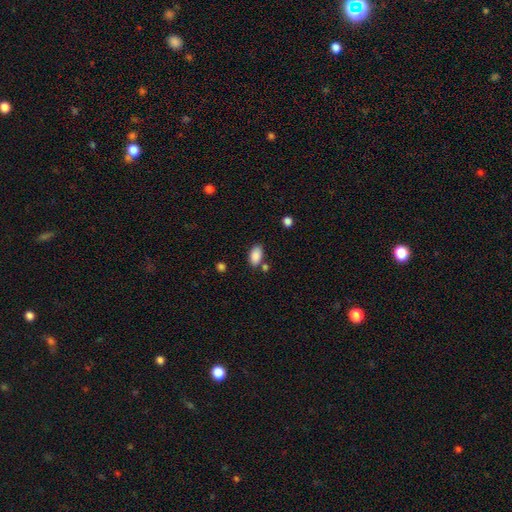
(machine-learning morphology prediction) Smooth or featured? Predicted: smooth (p=0.88). How rounded? Predicted: in between (p=0.93). Merging? Predicted: none (p=0.72).